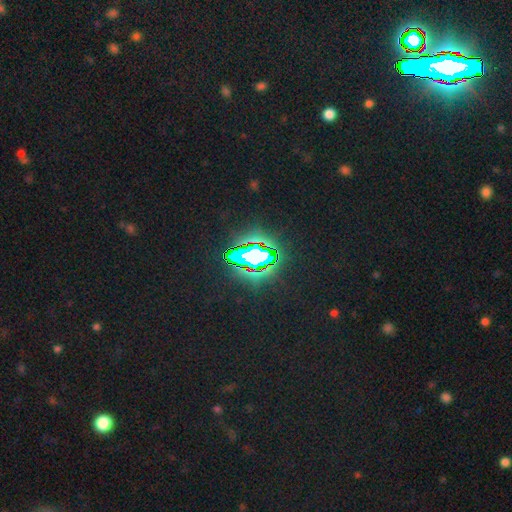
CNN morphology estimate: Smooth or featured: star or artifact — 72% (smooth — 16%)